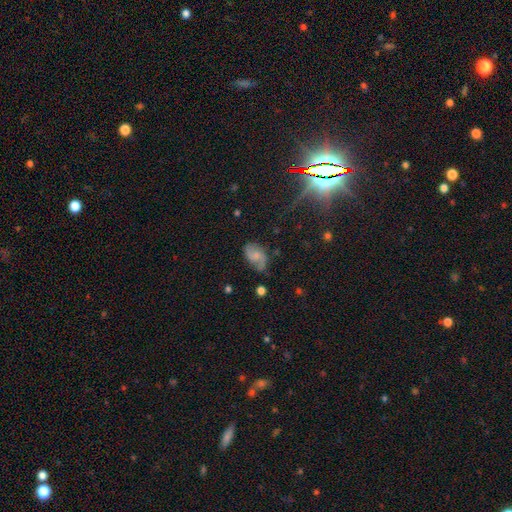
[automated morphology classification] Smooth or featured?
  - featured or disk: 60% *
  - smooth: 31%
  - star or artifact: 9%
Edge-on disk?
  - no: 97% *
  - yes: 3%
Bar?
  - no: 55% *
  - weak: 38%
  - strong: 6%
Spiral arms?
  - yes: 91% *
  - no: 9%
Spiral winding?
  - loose: 43% *
  - medium: 41%
  - tight: 15%
Spiral arm count?
  - 2: 85% *
  - can't tell: 8%
  - 1: 4%
  - 3: 2%
  - 4: 1%
  - more than 4: 1%
Bulge size?
  - small: 45% *
  - moderate: 29%
  - none: 22%
  - large: 3%
  - dominant: 1%
Merging?
  - none: 66% *
  - minor disturbance: 23%
  - major disturbance: 9%
  - merger: 2%